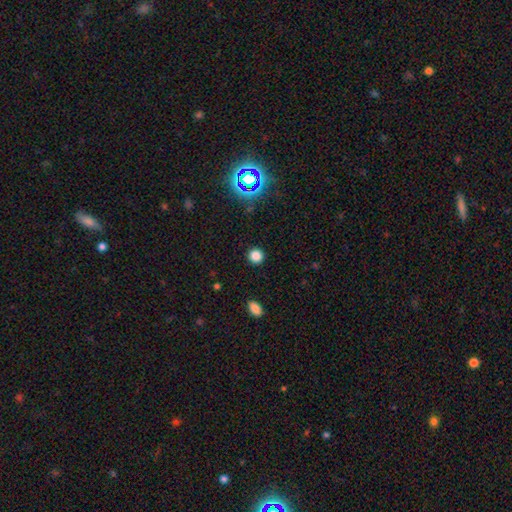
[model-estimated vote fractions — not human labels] The model was most divided on "smooth or featured": smooth: 82%, star or artifact: 15%, featured or disk: 4%. More confident: how rounded — round (91%); merging — none (91%).